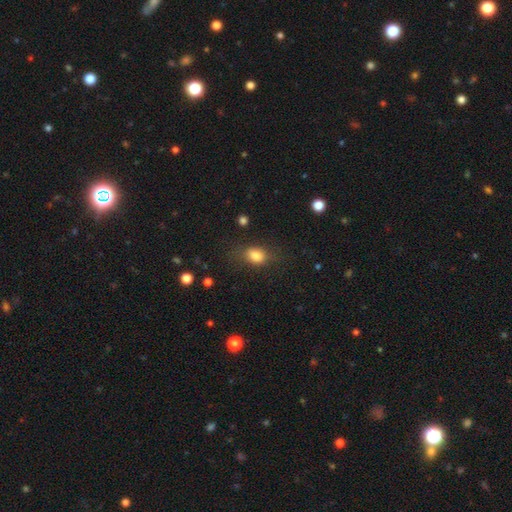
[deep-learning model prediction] smooth_or_featured: smooth (p=0.80) [alt: star or artifact p=0.10]
how_rounded: in between (p=0.71) [alt: round p=0.27]
merging: none (p=0.66) [alt: minor disturbance p=0.21]